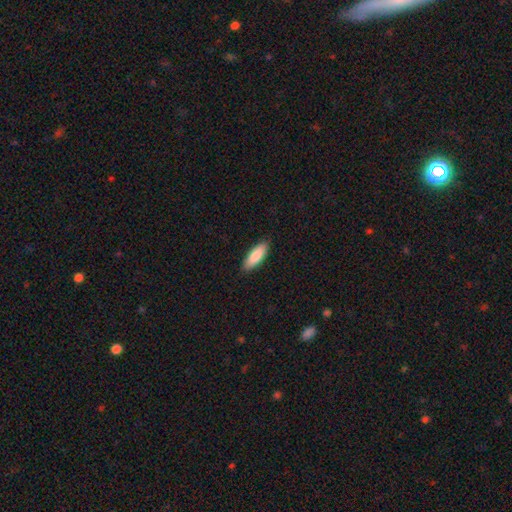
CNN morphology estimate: smooth 85%, featured or disk 10%, star or artifact 5%. Down the decision tree: how rounded — in between (61%); merging — none (89%).